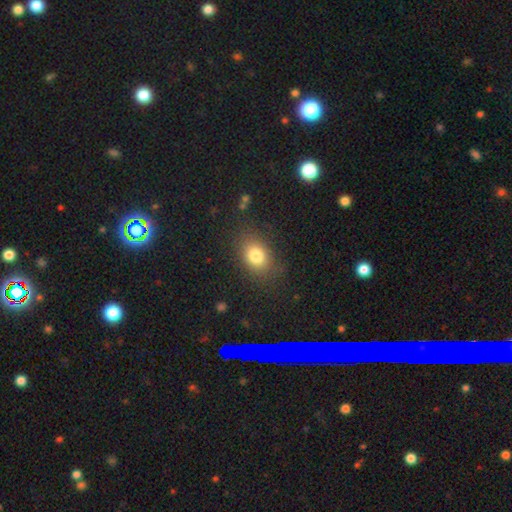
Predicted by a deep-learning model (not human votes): smooth_or_featured: smooth (p=0.80) [alt: star or artifact p=0.11]
how_rounded: in between (p=0.68) [alt: round p=0.31]
merging: none (p=0.82) [alt: minor disturbance p=0.12]